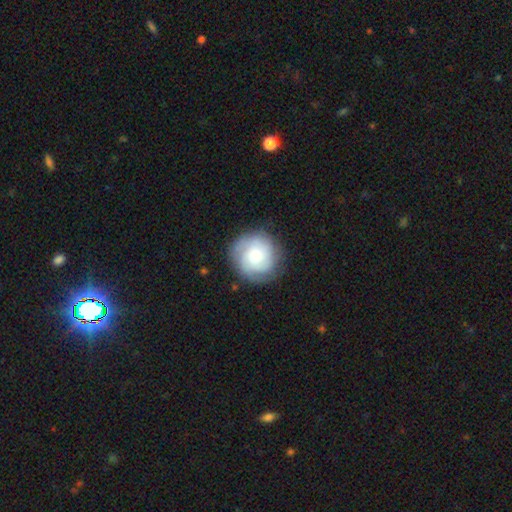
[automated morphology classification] This is possibly a featured or disk galaxy (49%). Merging: likely none (80%).